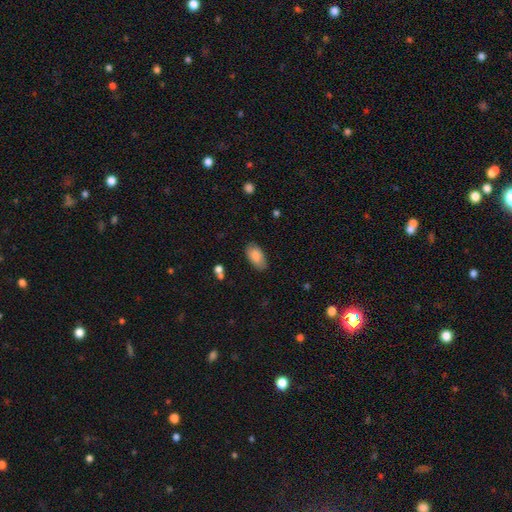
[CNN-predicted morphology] smooth 85%, featured or disk 9%, star or artifact 6%. Down the decision tree: how rounded — in between (95%); merging — none (79%).